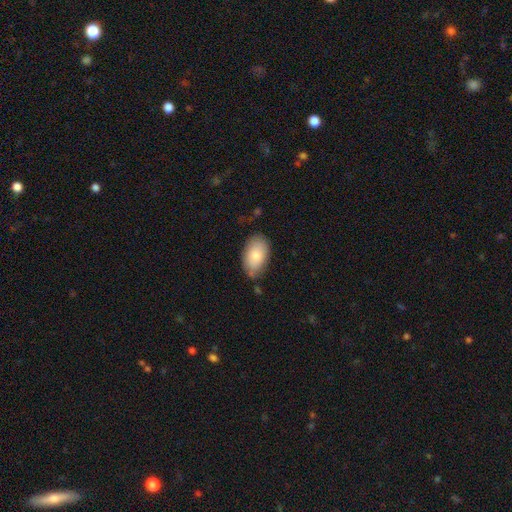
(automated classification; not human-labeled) A smooth galaxy with no disk features (80%) that is in between round and cigar-shaped (93%). Merging: none (73%).